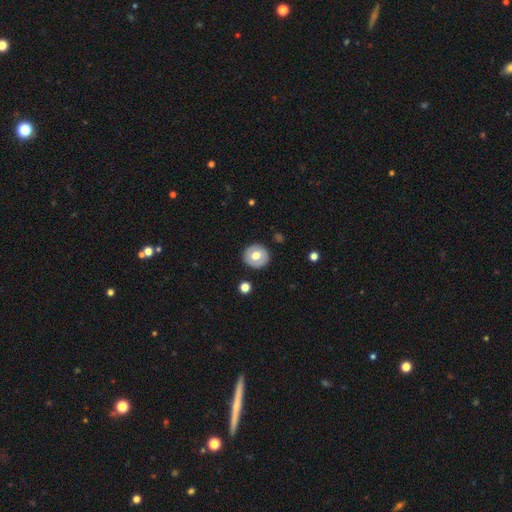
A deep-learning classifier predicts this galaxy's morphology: The model was most divided on "smooth or featured": smooth: 61%, featured or disk: 32%, star or artifact: 7%. More confident: how rounded — round (89%); merging — none (89%).